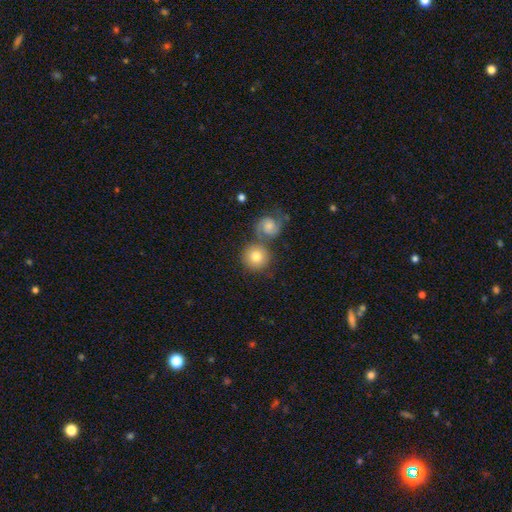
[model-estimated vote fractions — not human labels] Smooth or featured: smooth — 73% (featured or disk — 20%)
How rounded: round — 91% (in between — 8%)
Merging: none — 54% (merger — 31%)